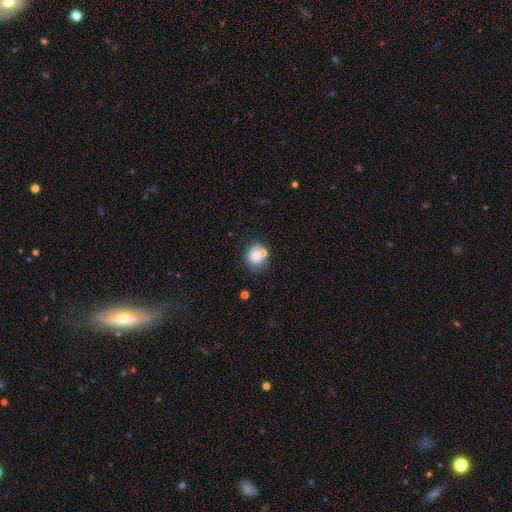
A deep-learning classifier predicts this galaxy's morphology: smooth_or_featured: smooth (p=0.74) [alt: featured or disk p=0.16]
how_rounded: round (p=0.74) [alt: in between p=0.25]
merging: none (p=0.55) [alt: merger p=0.27]